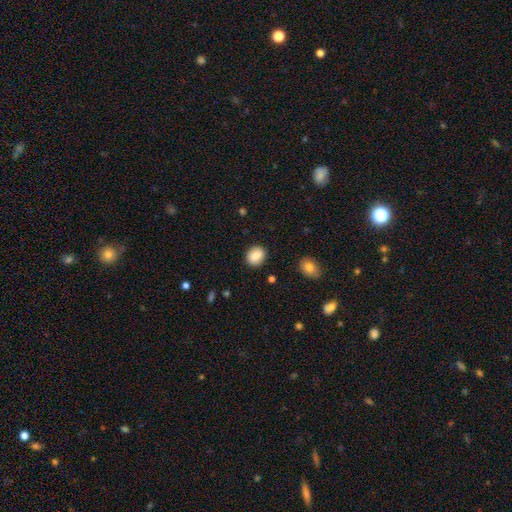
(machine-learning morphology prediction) type=smooth (85%); roundness=round (61%); merging=none (88%).